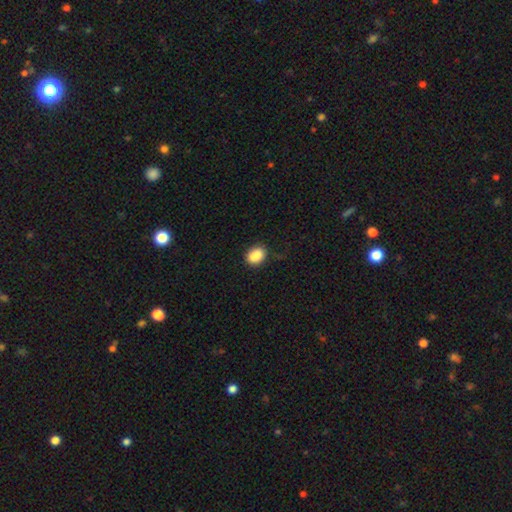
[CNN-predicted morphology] type=smooth (86%); roundness=in between (62%); merging=none (72%).